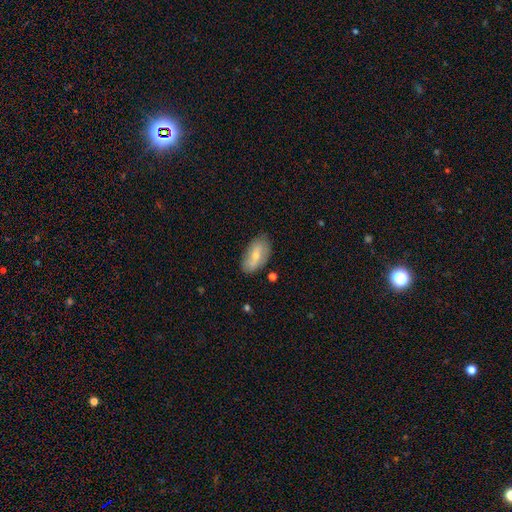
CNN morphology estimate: This appears to be a smooth galaxy with no disk features (59%) that is in between round and cigar-shaped (92%). Merging: none (75%).